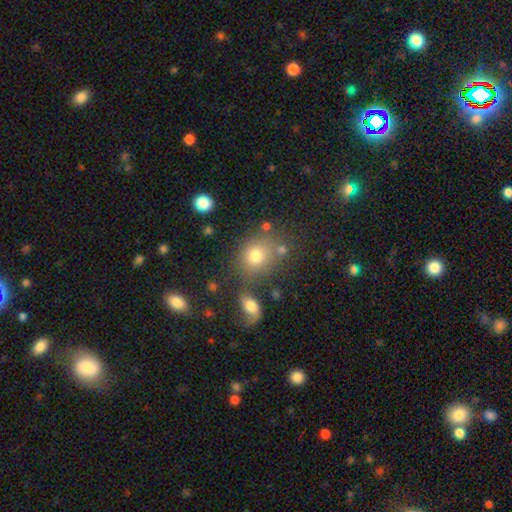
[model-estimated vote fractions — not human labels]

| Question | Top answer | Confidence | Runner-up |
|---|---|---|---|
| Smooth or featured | smooth | 74% | star or artifact (14%) |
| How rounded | round | 68% | in between (31%) |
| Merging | none | 67% | merger (14%) |